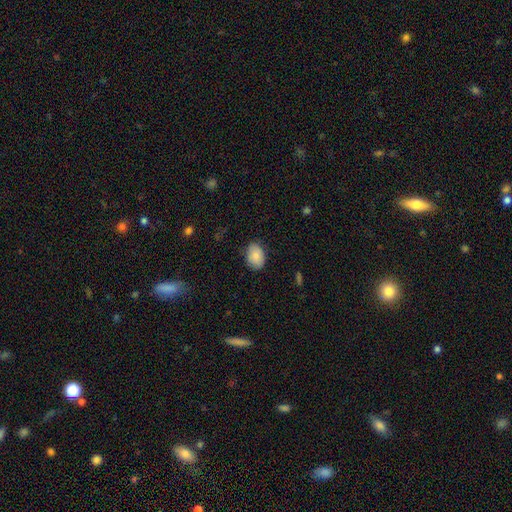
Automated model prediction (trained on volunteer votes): Q: Smooth or featured?
A: smooth (84%); runner-up: featured or disk (9%)
Q: How rounded?
A: in between (79%); runner-up: round (20%)
Q: Merging?
A: none (80%); runner-up: minor disturbance (16%)